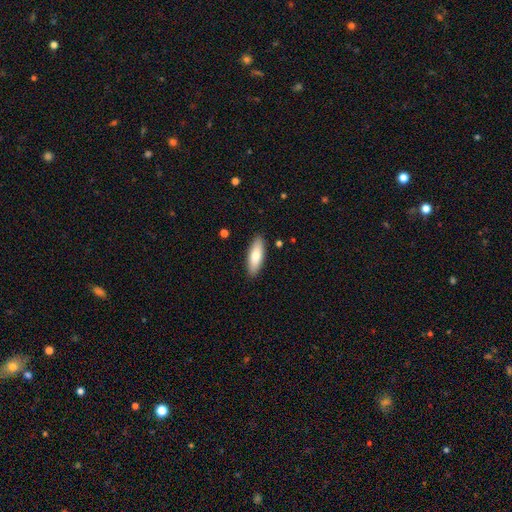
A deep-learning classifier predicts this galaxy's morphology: smooth_or_featured: smooth (p=0.76) [alt: featured or disk p=0.18]
how_rounded: in between (p=0.63) [alt: cigar-shaped p=0.35]
merging: none (p=0.89) [alt: minor disturbance p=0.08]